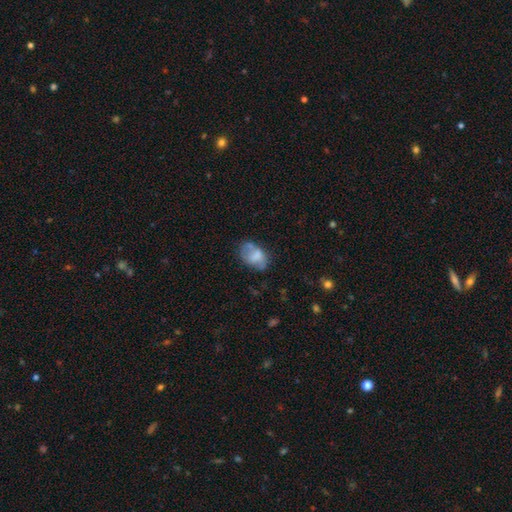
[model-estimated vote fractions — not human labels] smooth 65%, featured or disk 26%, star or artifact 9%. Down the decision tree: how rounded — in between (83%); merging — none (45%).